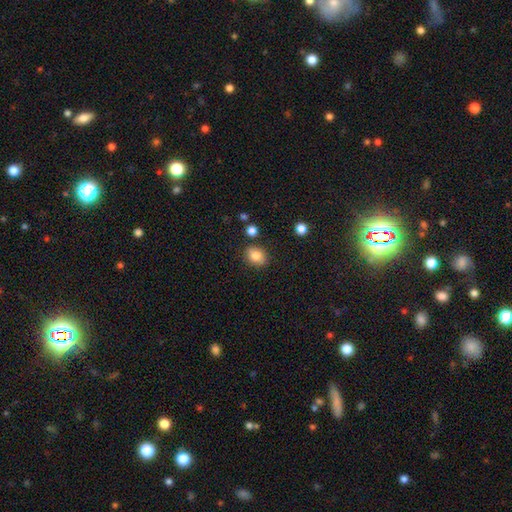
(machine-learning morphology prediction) The model was most divided on "how rounded": in between: 56%, round: 43%, cigar-shaped: 1%. More confident: smooth or featured — smooth (83%); merging — none (83%).